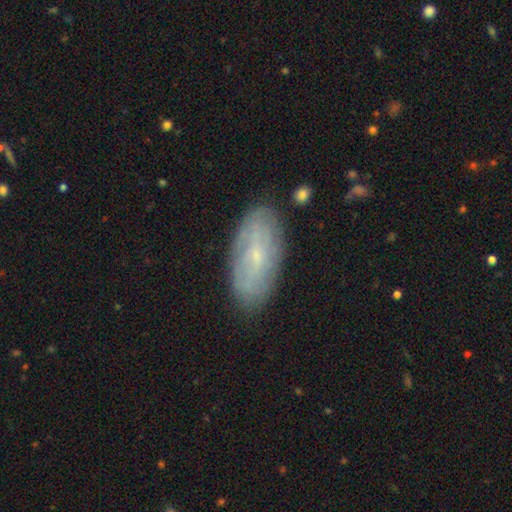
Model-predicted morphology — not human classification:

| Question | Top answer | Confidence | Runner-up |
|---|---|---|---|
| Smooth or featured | featured or disk | 53% | smooth (39%) |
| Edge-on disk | no | 88% | yes (12%) |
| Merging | none | 82% | minor disturbance (14%) |